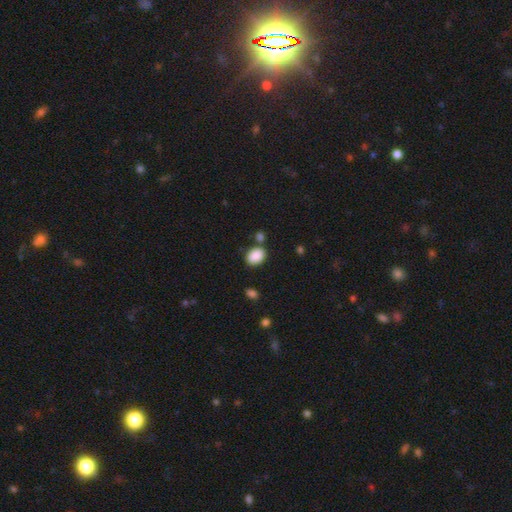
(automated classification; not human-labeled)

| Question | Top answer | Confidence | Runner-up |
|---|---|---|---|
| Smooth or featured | smooth | 89% | star or artifact (8%) |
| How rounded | in between | 71% | round (28%) |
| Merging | none | 73% | minor disturbance (13%) |